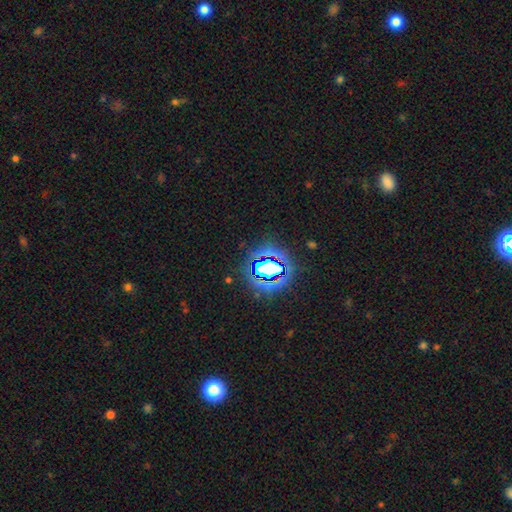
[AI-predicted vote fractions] Smooth or featured? star or artifact (80%)